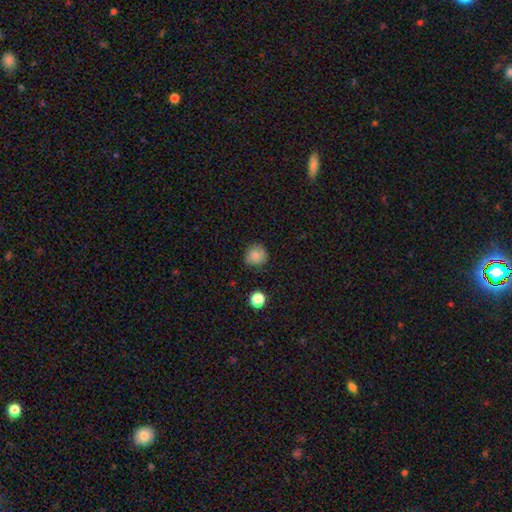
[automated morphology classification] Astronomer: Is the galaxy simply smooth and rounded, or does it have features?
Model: smooth — 82%.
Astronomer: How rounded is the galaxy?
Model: round — 88%.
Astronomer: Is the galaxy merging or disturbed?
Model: none — 78%.